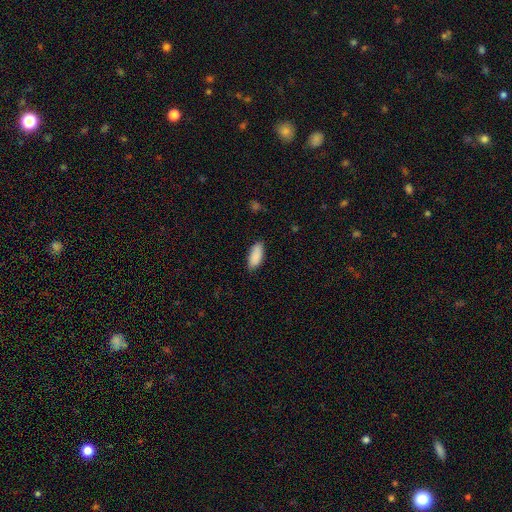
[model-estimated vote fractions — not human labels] Morphology: type=smooth (90%); roundness=in between (86%); merging=none (84%).